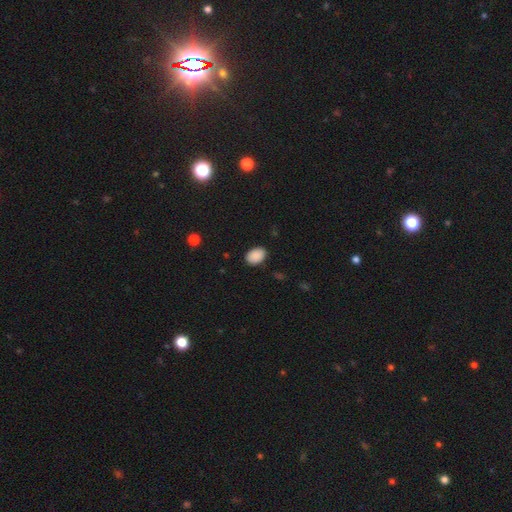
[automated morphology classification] Overall: smooth (89%). How rounded: in between (83%). Merging: none (87%).